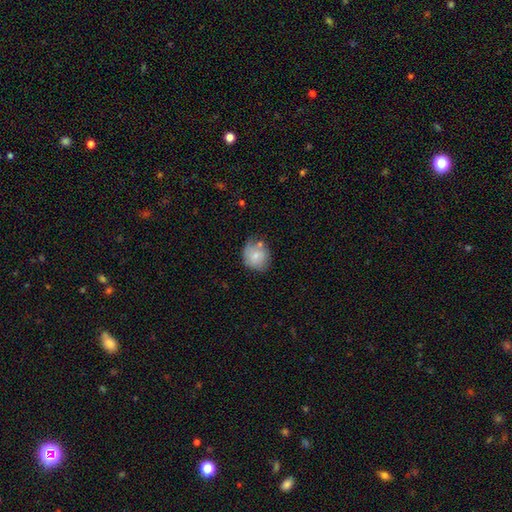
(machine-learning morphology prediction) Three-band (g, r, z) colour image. It shows a smooth galaxy with no disk features (70%) that is round (73%). Merging: none (54%).